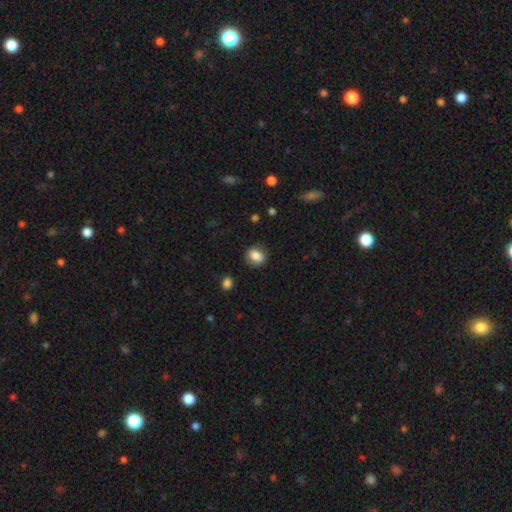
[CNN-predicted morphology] type=smooth (83%); roundness=in between (50%); merging=none (83%).